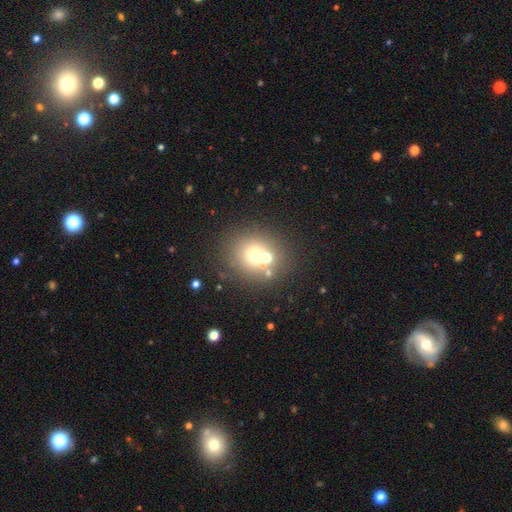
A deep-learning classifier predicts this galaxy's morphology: Smooth or featured: smooth — 61% (star or artifact — 20%)
How rounded: round — 85% (in between — 14%)
Merging: none — 62% (merger — 25%)